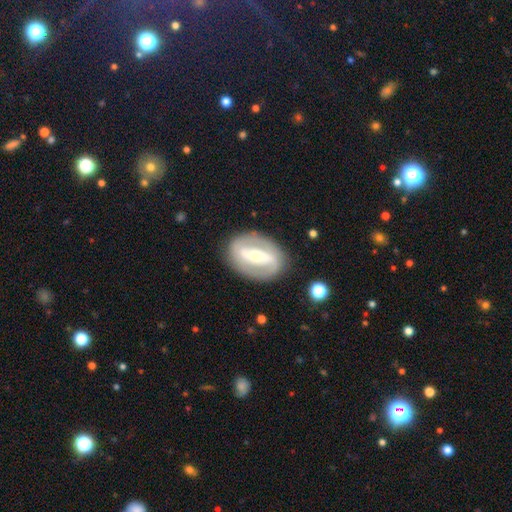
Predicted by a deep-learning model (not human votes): Overall: featured or disk (79%). Edge-on disk: no (93%). Bar: strong (68%). Spiral arms: yes (63%; no 37%). Bulge size: moderate (50%; small 44%). Merging: none (84%).